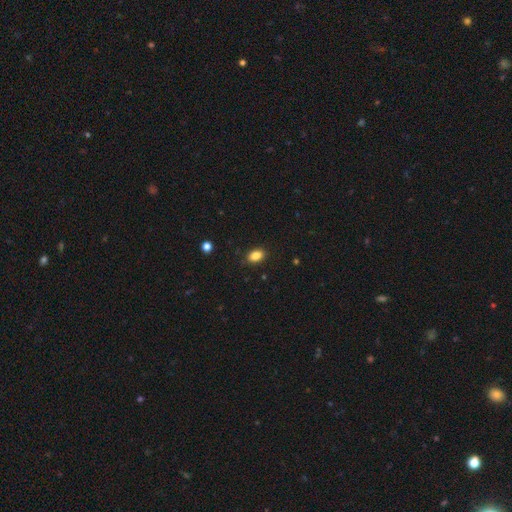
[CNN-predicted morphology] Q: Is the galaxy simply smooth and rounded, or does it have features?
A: smooth — 86%.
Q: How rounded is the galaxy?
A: in between — 85%.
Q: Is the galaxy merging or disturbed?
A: none — 88%.